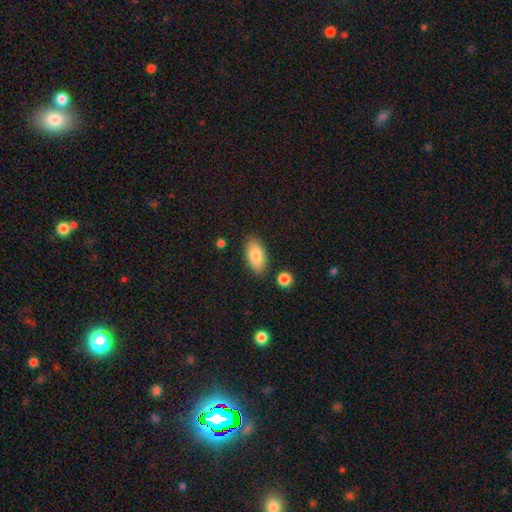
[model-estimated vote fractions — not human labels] Smooth or featured? Predicted: smooth (p=0.82). How rounded? Predicted: in between (p=0.92). Merging? Predicted: none (p=0.84).